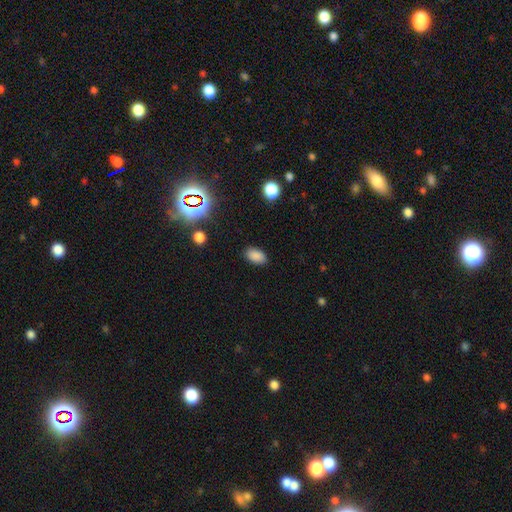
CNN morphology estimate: smooth-or-featured: smooth: 85% | star or artifact: 11% | featured or disk: 4%
  how-rounded: in between: 91% | round: 7% | cigar-shaped: 2%
  merging: none: 86% | minor disturbance: 10% | major disturbance: 3% | merger: 1%